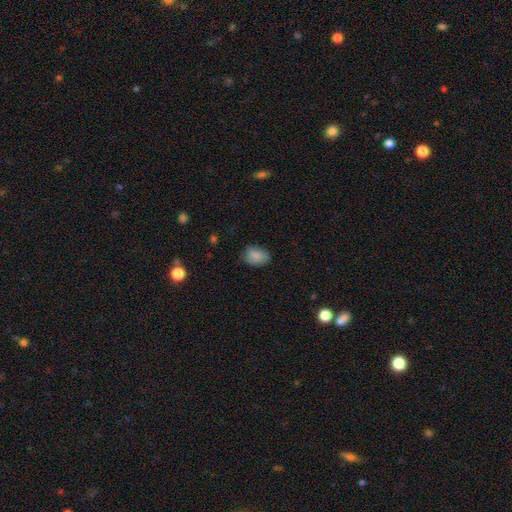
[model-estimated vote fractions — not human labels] A smooth galaxy with no disk features (83%) that is in between round and cigar-shaped (74%).

Vote fractions:
- Smooth or featured? smooth: 83% / featured or disk: 8% / star or artifact: 8%
- How rounded? in between: 74% / round: 25% / cigar-shaped: 1%
- Merging? none: 69% / minor disturbance: 24% / major disturbance: 6% / merger: 1%